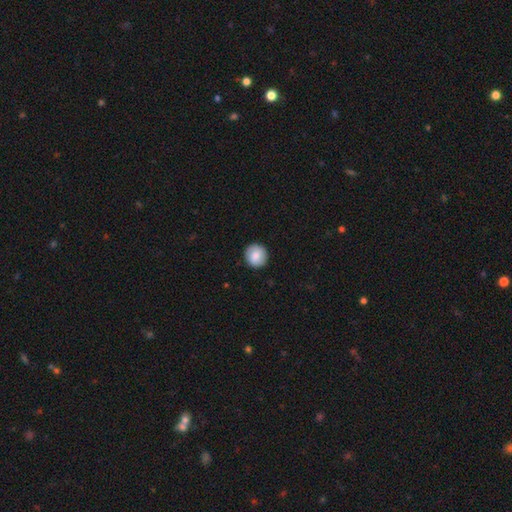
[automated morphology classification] smooth 83%, featured or disk 10%, star or artifact 7%. Down the decision tree: how rounded — round (93%); merging — none (90%).